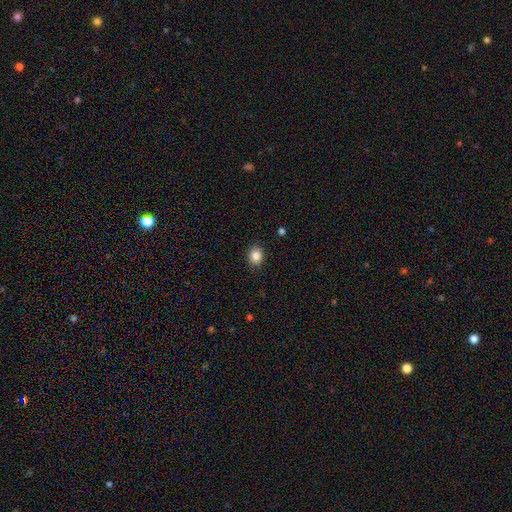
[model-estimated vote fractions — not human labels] smooth 85%, star or artifact 10%, featured or disk 5%. Down the decision tree: how rounded — round (59%); merging — none (89%).